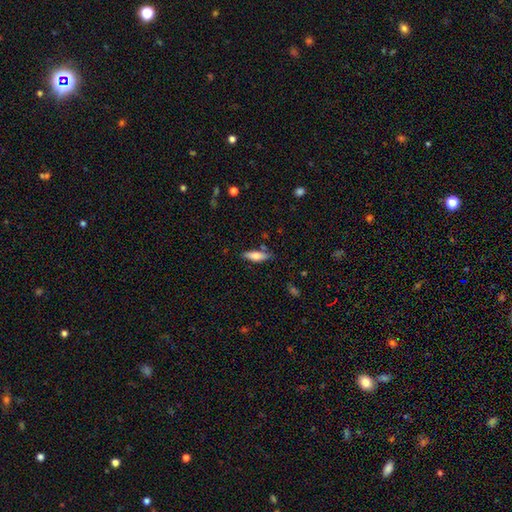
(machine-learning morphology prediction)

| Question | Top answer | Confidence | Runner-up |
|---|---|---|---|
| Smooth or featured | smooth | 70% | featured or disk (23%) |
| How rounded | cigar-shaped | 49% | tied: in between (49%) |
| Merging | none | 79% | minor disturbance (14%) |